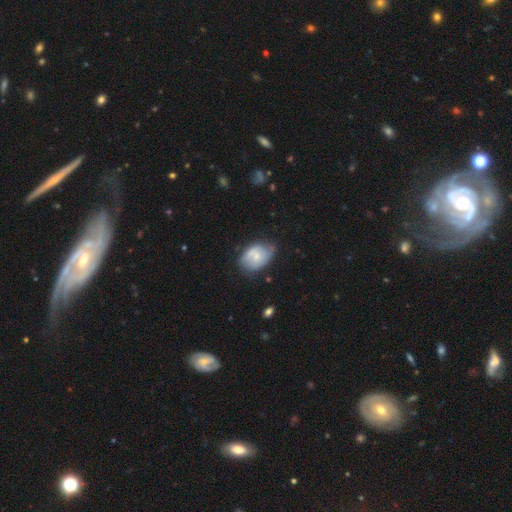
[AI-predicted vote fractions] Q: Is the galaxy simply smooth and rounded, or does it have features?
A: smooth — 50%.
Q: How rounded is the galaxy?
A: in between — 77%.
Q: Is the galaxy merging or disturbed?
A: none — 58%.